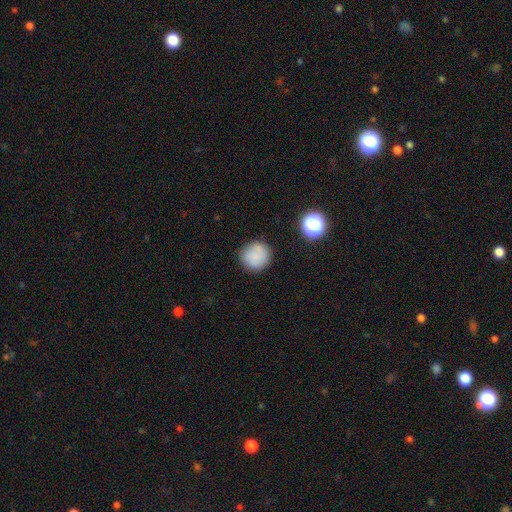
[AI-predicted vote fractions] smooth 80%, featured or disk 10%, star or artifact 10%. Down the decision tree: how rounded — round (92%); merging — none (81%).